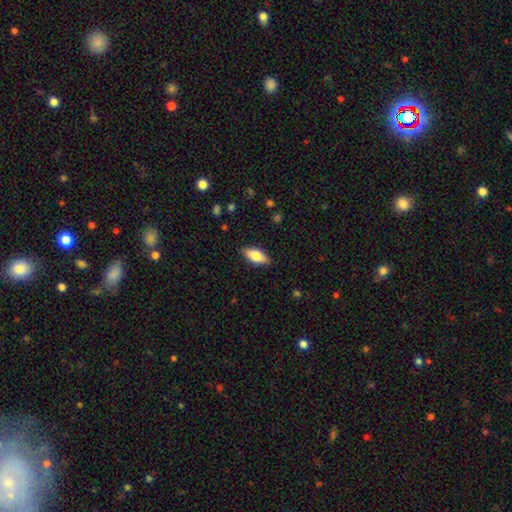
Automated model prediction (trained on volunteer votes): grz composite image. It shows a smooth galaxy with no disk features (72%) that is in between round and cigar-shaped (82%). Merging: none (87%).